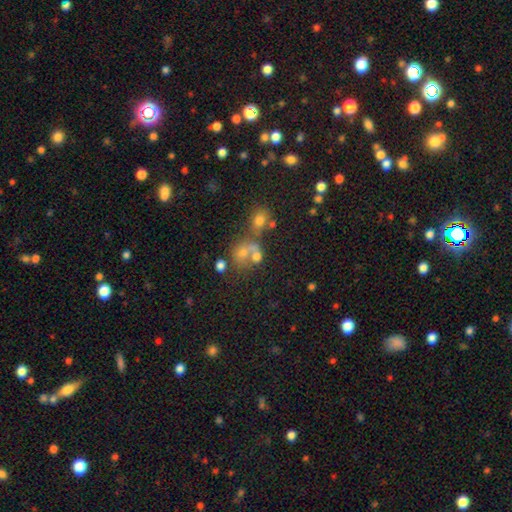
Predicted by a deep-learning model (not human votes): This is possibly a smooth galaxy (57%). How rounded: likely round (60%). Merging: possibly merger (50%).